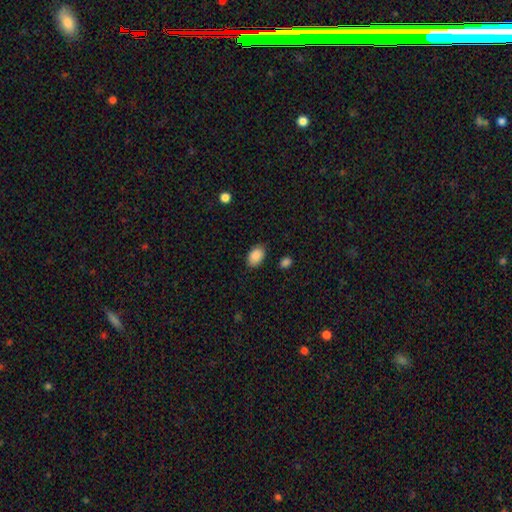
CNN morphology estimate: smooth 89%, star or artifact 7%, featured or disk 4%. Down the decision tree: how rounded — in between (85%); merging — none (82%).